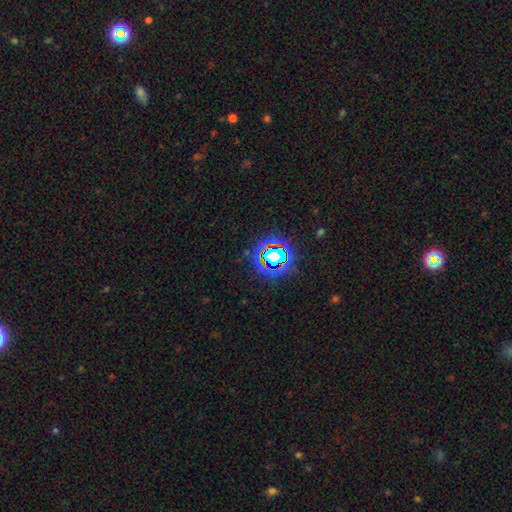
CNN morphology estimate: smooth_or_featured: star or artifact (p=0.71) [alt: smooth p=0.21]